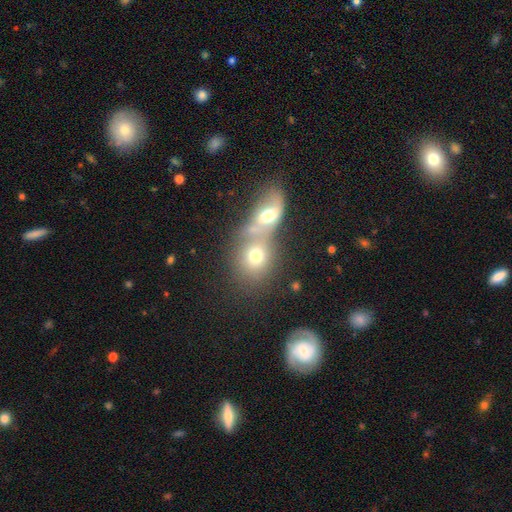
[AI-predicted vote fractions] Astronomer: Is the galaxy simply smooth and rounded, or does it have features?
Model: smooth — 69%.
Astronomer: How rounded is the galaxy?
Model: round — 52% (runner-up: in between, 46%).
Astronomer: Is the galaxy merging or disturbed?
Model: merger — 62%.